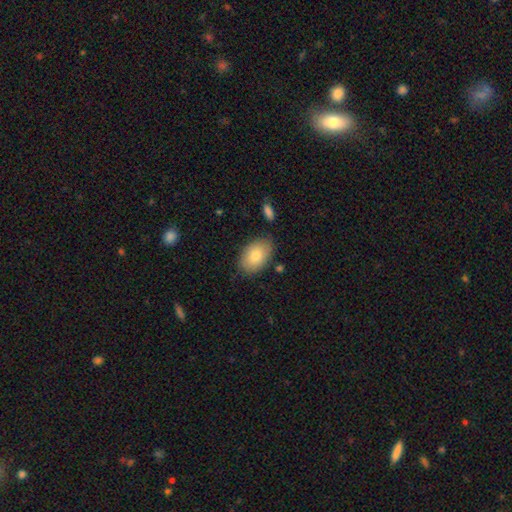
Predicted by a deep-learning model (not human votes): Smooth or featured?
  - smooth: 82% *
  - featured or disk: 12%
  - star or artifact: 6%
How rounded?
  - in between: 91% *
  - round: 8%
  - cigar-shaped: 1%
Merging?
  - none: 78% *
  - minor disturbance: 15%
  - major disturbance: 3%
  - merger: 3%